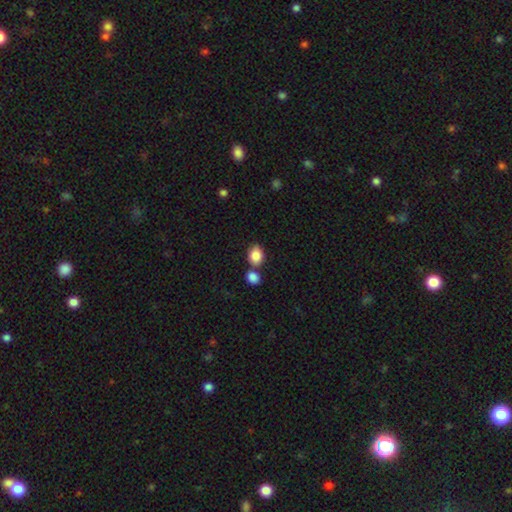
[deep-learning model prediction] This is clearly a smooth galaxy (86%). How rounded: possibly in between (58%). Merging: possibly none (57%).